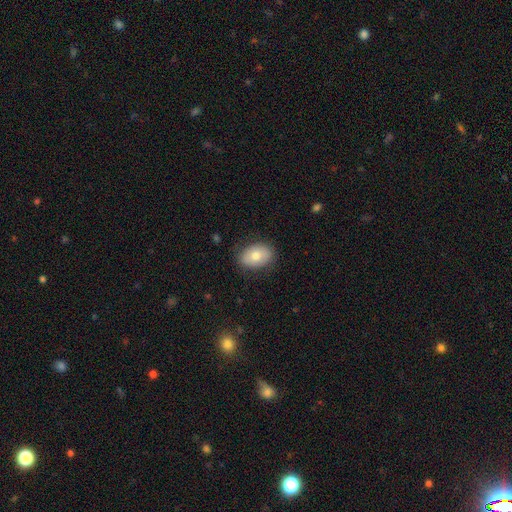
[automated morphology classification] type=smooth (75%); roundness=in between (82%); merging=none (83%).